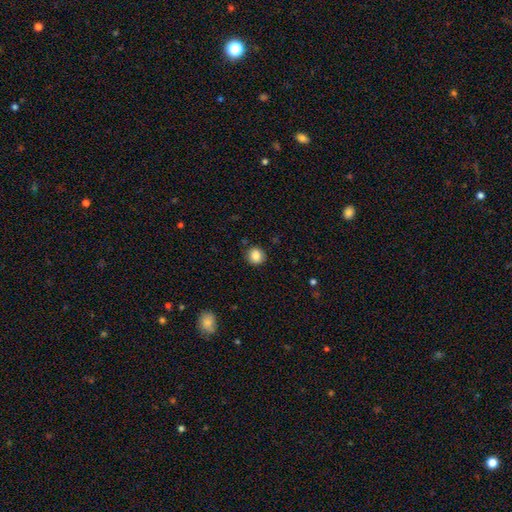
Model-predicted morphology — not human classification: smooth 85%, star or artifact 10%, featured or disk 5%. Down the decision tree: how rounded — round (89%); merging — none (90%).